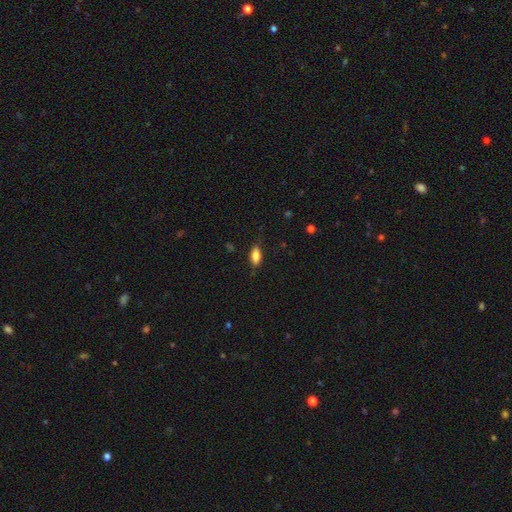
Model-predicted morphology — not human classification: A smooth galaxy with no disk features (82%) that is in between round and cigar-shaped (82%).

Vote fractions:
- Smooth or featured? smooth: 82% / featured or disk: 10% / star or artifact: 8%
- How rounded? in between: 82% / cigar-shaped: 15% / round: 3%
- Merging? none: 78% / minor disturbance: 17% / major disturbance: 4% / merger: 1%